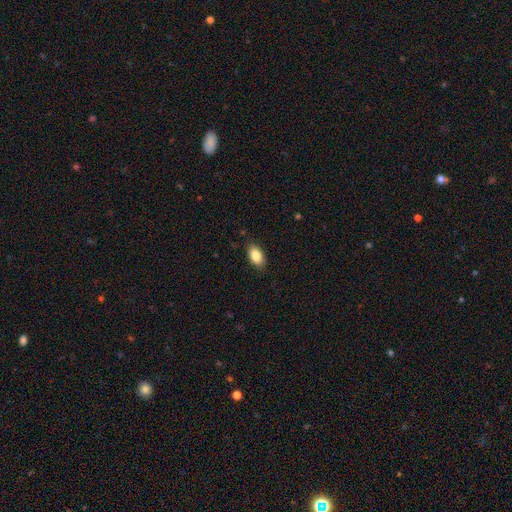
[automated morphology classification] The model was most divided on "merging": none: 85%, minor disturbance: 11%, major disturbance: 2%, merger: 1%. More confident: how rounded — in between (92%); smooth or featured — smooth (86%).